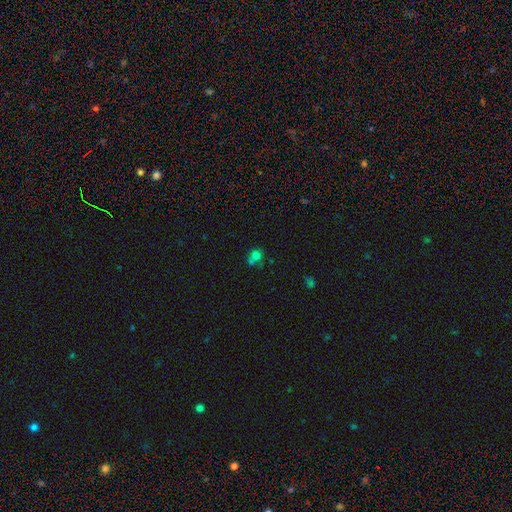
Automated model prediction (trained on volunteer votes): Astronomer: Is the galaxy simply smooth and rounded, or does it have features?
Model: smooth — 71%.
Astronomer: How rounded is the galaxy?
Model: round — 80%.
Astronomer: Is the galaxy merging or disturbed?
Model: none — 46% (runner-up: merger, 39%).